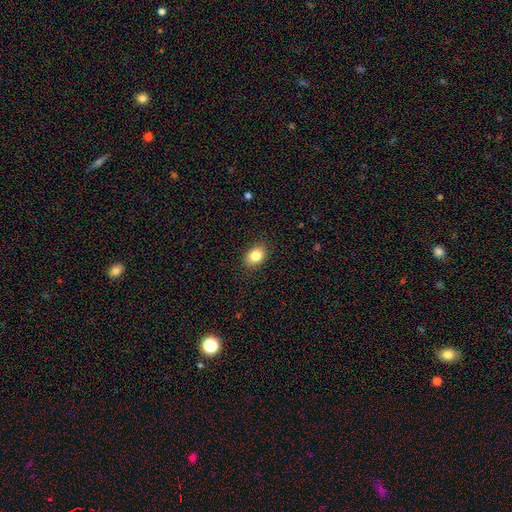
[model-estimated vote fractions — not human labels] A smooth galaxy with no disk features (84%) that is in between round and cigar-shaped (77%). Merging: none (88%).